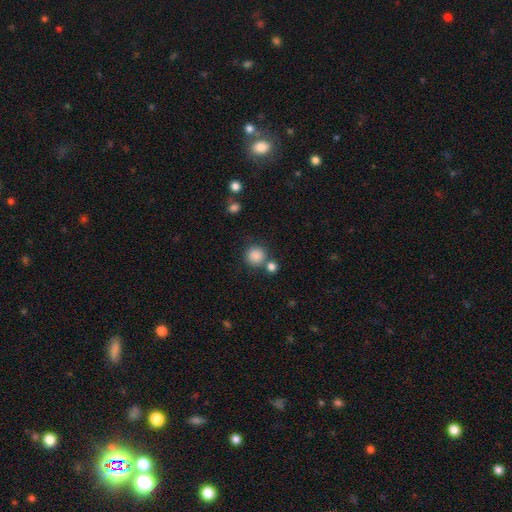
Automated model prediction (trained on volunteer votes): This appears to be a smooth galaxy with no disk features (86%) that is round (92%). Merging: none (73%).